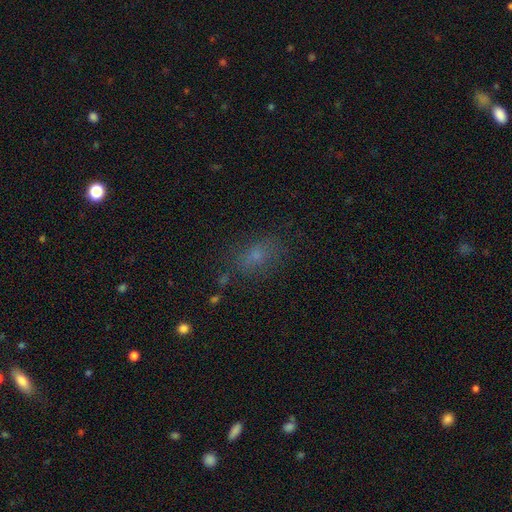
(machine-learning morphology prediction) Smooth or featured? smooth (64%)
How rounded? in between (75%)
Merging? none (74%)